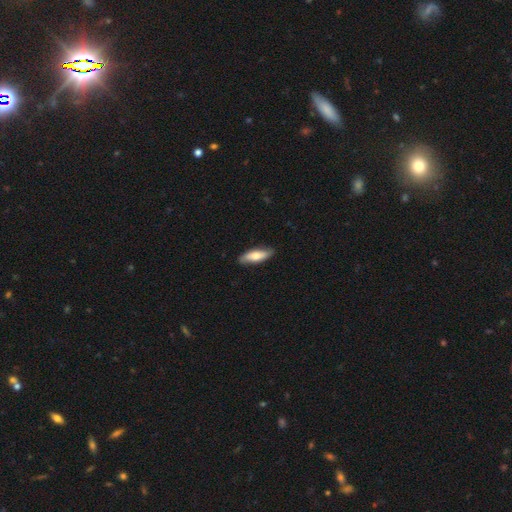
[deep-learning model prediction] This is likely a smooth galaxy (64%). How rounded: possibly in between (55%). Merging: clearly none (84%).